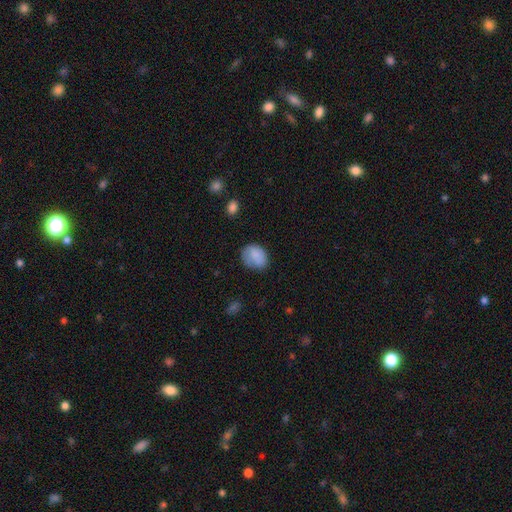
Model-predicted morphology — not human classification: This appears to be a smooth galaxy with no disk features (77%) that is in between round and cigar-shaped (54%). Merging: none (62%).